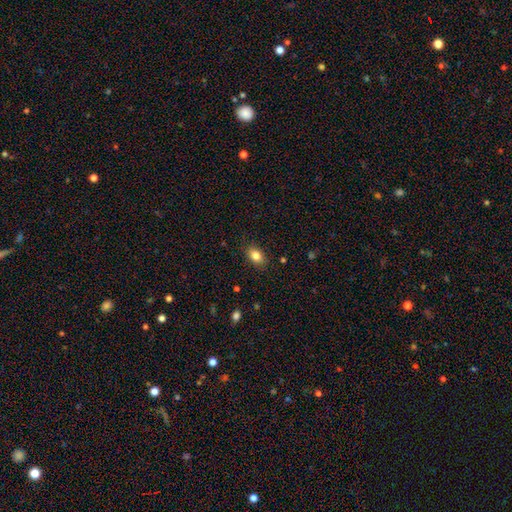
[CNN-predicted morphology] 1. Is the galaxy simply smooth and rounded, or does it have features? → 84% smooth, 9% star or artifact, 7% featured or disk.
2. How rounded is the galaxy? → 82% in between, 16% round, 1% cigar-shaped.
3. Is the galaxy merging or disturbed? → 86% none, 10% minor disturbance, 3% major disturbance, 1% merger.